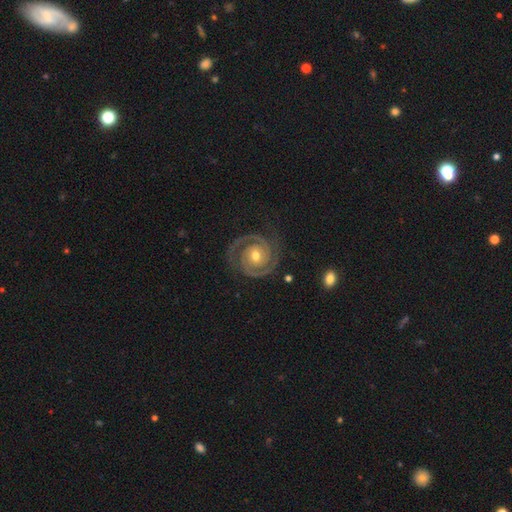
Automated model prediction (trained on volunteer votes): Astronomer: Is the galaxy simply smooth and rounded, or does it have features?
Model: featured or disk — 93%.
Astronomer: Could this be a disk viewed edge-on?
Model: no — 98%.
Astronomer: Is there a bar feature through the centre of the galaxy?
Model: no — 68%.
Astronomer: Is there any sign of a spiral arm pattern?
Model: yes — 98%.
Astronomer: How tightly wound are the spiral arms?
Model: tight — 73%.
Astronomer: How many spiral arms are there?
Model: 2 — 91%.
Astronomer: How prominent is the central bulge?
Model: moderate — 71%.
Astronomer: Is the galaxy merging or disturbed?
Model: none — 84%.